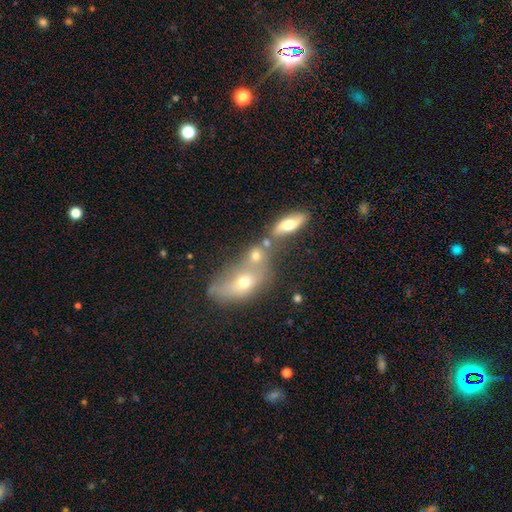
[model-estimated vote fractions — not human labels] Smooth or featured?
  - smooth: 65% *
  - featured or disk: 22%
  - star or artifact: 13%
How rounded?
  - in between: 60% *
  - round: 35%
  - cigar-shaped: 5%
Merging?
  - merger: 58% *
  - none: 27%
  - minor disturbance: 9%
  - major disturbance: 6%